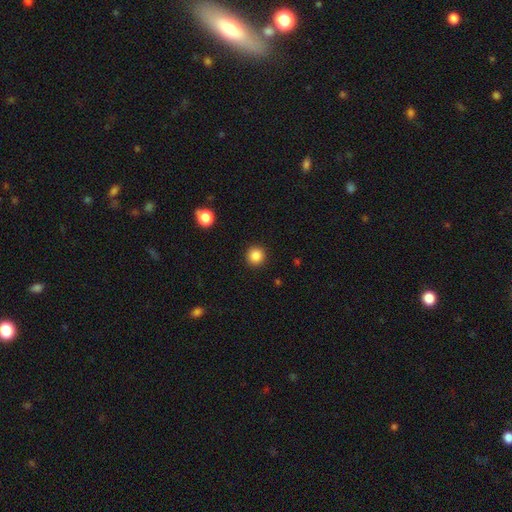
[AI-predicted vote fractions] smooth-or-featured: smooth: 86% | star or artifact: 10% | featured or disk: 3%
  how-rounded: round: 95% | in between: 4% | cigar-shaped: 1%
  merging: none: 93% | minor disturbance: 5% | major disturbance: 2% | merger: 1%